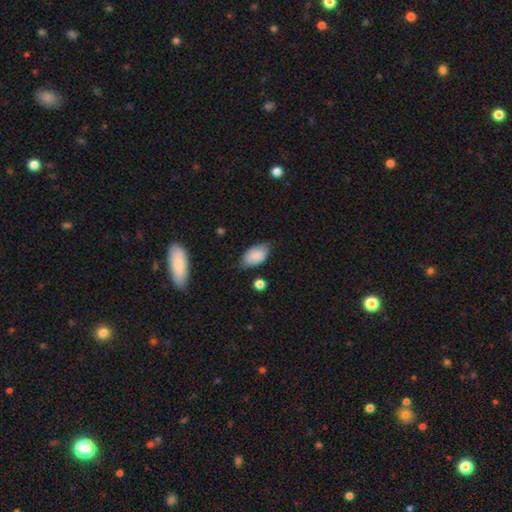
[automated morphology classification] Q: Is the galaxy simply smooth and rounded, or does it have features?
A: smooth — 83%.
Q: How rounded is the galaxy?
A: in between — 94%.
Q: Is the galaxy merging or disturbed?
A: none — 70%.